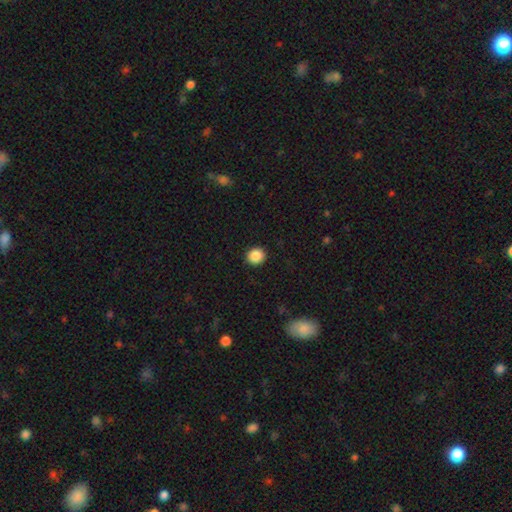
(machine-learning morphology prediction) smooth-or-featured: smooth: 88% | star or artifact: 9% | featured or disk: 3%
  how-rounded: round: 89% | in between: 10% | cigar-shaped: 1%
  merging: none: 92% | minor disturbance: 5% | major disturbance: 2% | merger: 1%